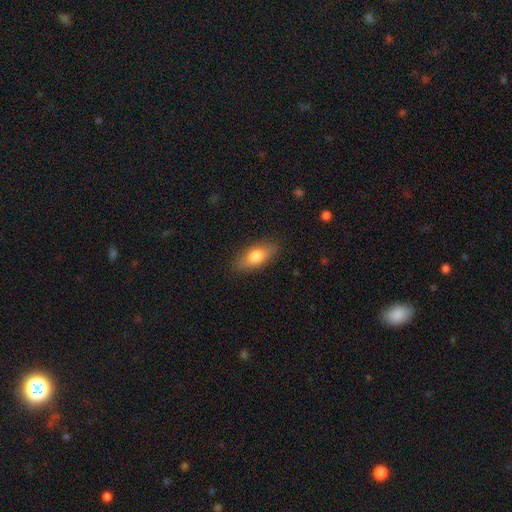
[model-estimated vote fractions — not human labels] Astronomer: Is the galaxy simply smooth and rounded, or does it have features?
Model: smooth — 74%.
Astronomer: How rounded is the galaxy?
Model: in between — 78%.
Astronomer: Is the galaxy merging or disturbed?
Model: none — 85%.